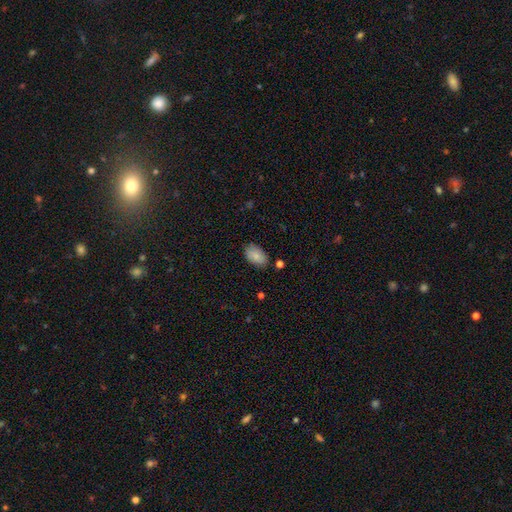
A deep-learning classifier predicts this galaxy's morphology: type=smooth (85%); roundness=in between (93%); merging=none (81%).